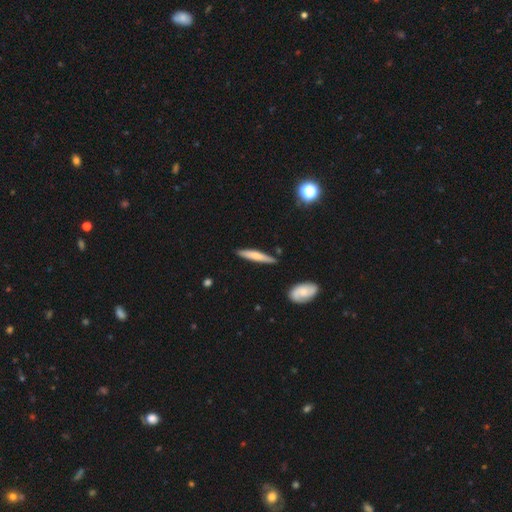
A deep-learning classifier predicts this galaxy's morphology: type=smooth (62%); roundness=cigar-shaped (91%); merging=none (85%).